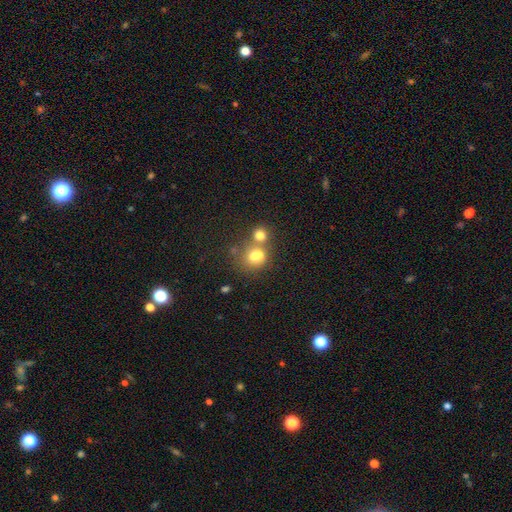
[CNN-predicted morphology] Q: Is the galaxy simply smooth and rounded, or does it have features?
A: smooth — 71%.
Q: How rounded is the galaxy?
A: round — 78%.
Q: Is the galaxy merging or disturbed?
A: merger — 52%.